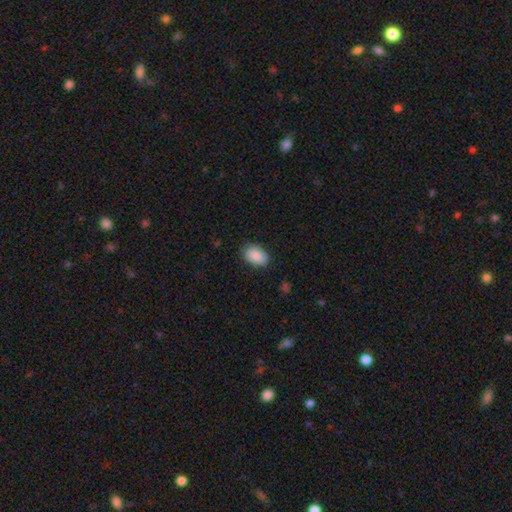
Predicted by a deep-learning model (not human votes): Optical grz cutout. It shows a smooth galaxy with no disk features (90%) that is in between round and cigar-shaped (89%). Merging: none (82%).